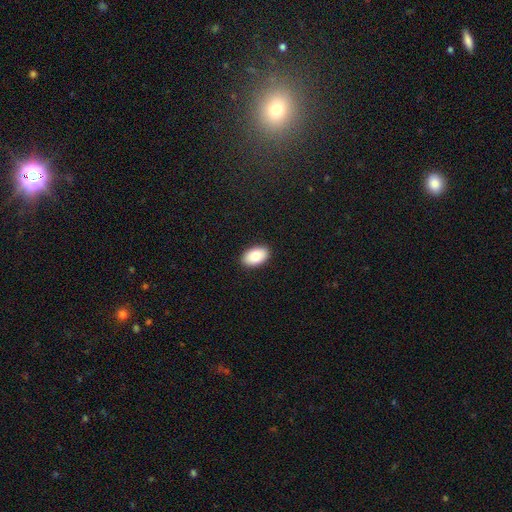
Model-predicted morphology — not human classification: smooth-or-featured: smooth: 83% | featured or disk: 10% | star or artifact: 7%
  how-rounded: in between: 93% | round: 5% | cigar-shaped: 1%
  merging: none: 90% | minor disturbance: 7% | major disturbance: 2% | merger: 1%